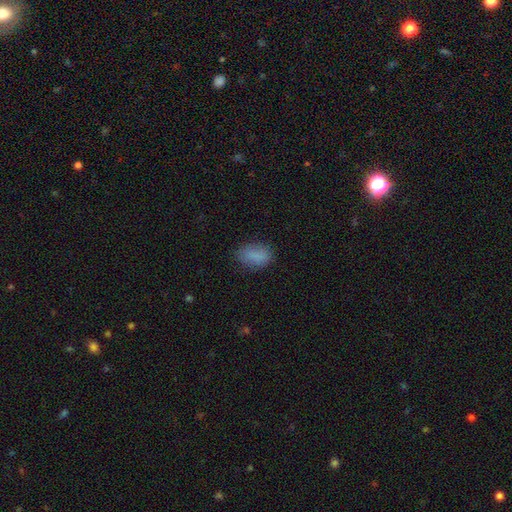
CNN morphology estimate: A smooth galaxy with no disk features (85%) that is in between round and cigar-shaped (88%).

Vote fractions:
- Smooth or featured? smooth: 85% / star or artifact: 9% / featured or disk: 6%
- How rounded? in between: 88% / round: 10% / cigar-shaped: 2%
- Merging? none: 76% / minor disturbance: 18% / major disturbance: 5% / merger: 1%